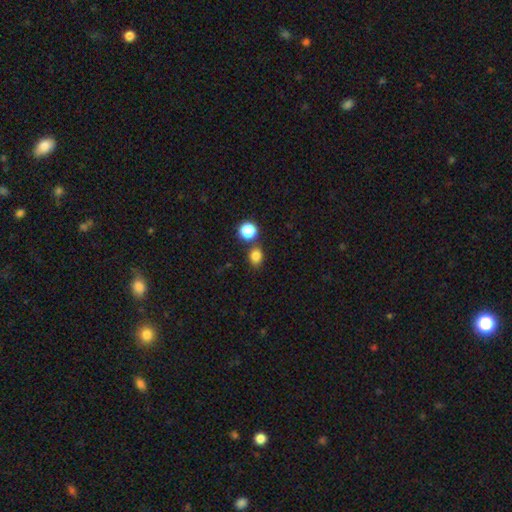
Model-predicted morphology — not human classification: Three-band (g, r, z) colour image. It shows a smooth galaxy with no disk features (81%) that is round (57%). Merging: none (71%).